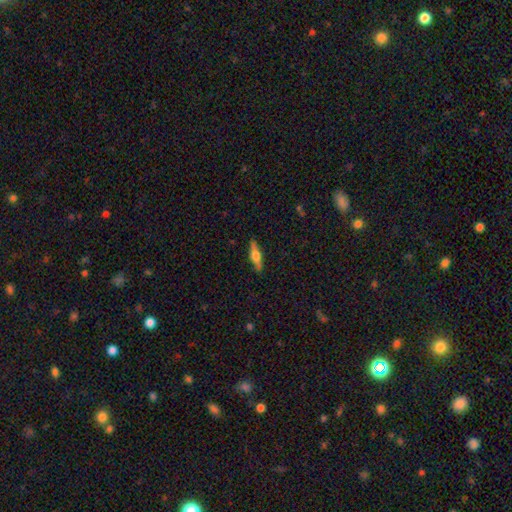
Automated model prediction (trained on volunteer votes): A featured or disk galaxy (61%) viewed edge-on (96%) with a rounded central bulge (92%). Merging: none (89%).